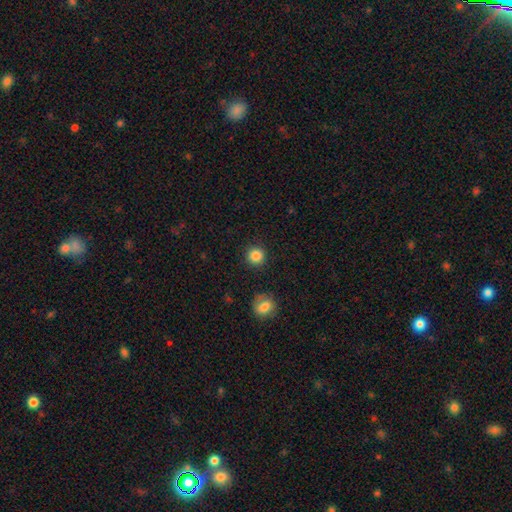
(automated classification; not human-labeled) Overall: smooth (85%). How rounded: round (94%). Merging: none (90%).